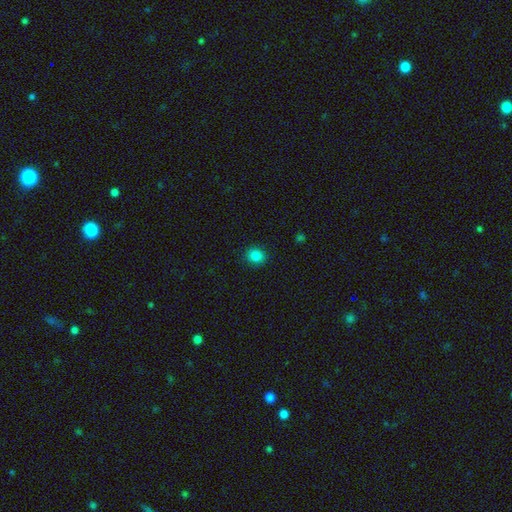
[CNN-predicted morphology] The model was most divided on "how rounded": round: 83%, in between: 16%, cigar-shaped: 1%. More confident: merging — none (91%); smooth or featured — smooth (84%).